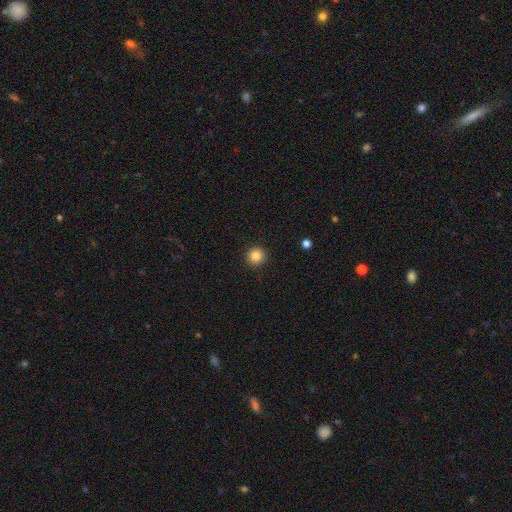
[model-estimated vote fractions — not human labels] This appears to be a smooth galaxy with no disk features (85%) that is round (95%). Merging: none (92%).